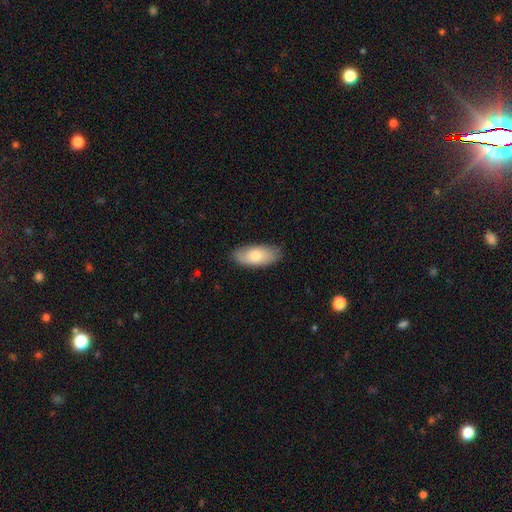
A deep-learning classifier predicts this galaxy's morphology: The model was most divided on "smooth or featured": smooth: 72%, featured or disk: 22%, star or artifact: 6%. More confident: how rounded — in between (88%); merging — none (81%).